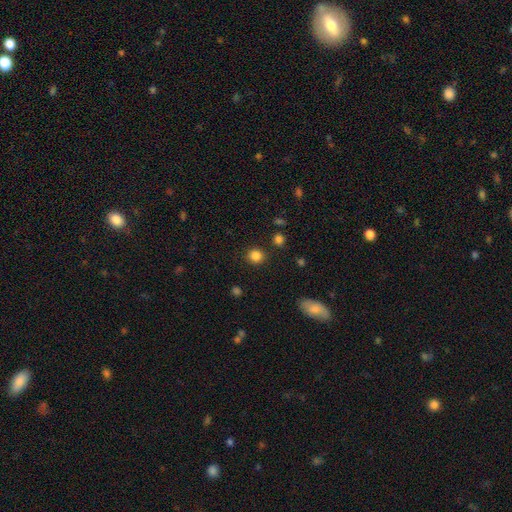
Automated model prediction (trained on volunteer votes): smooth-or-featured: smooth: 84% | star or artifact: 12% | featured or disk: 4%
  how-rounded: round: 88% | in between: 11% | cigar-shaped: 1%
  merging: none: 88% | minor disturbance: 6% | major disturbance: 3% | merger: 2%